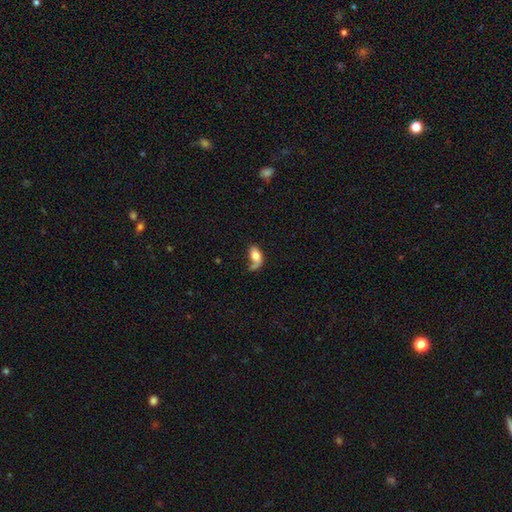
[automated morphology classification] smooth 63%, featured or disk 29%, star or artifact 8%. Down the decision tree: how rounded — in between (87%); merging — none (34%).